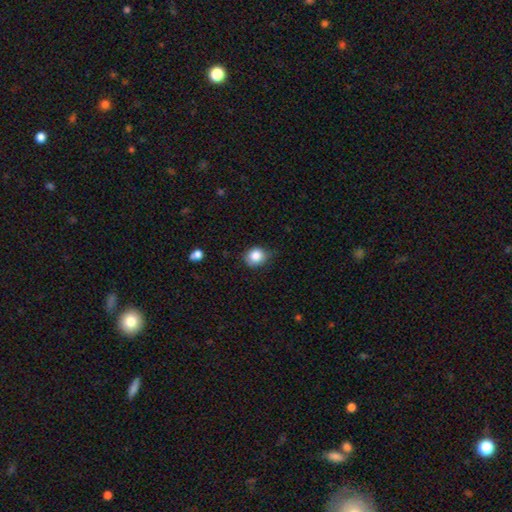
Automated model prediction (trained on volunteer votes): Smooth or featured? Predicted: smooth (p=0.84). How rounded? Predicted: round (p=0.72). Merging? Predicted: none (p=0.72).